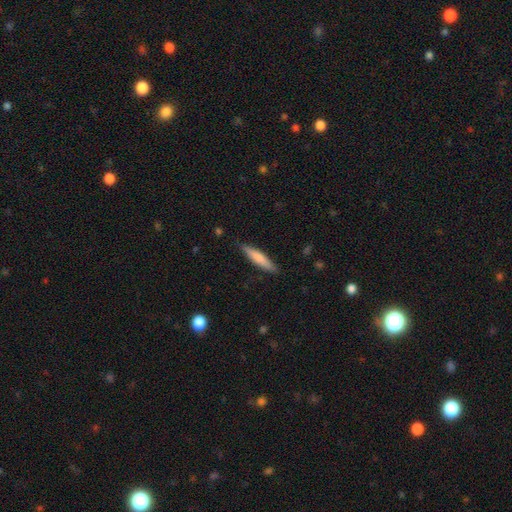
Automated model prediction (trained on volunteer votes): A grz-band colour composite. It shows a smooth galaxy with no disk features (64%) that is cigar-shaped (90%). Merging: none (89%).